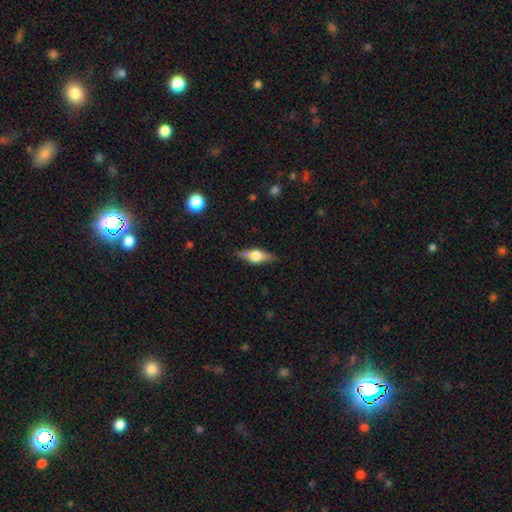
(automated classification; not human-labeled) Overall: featured or disk (61%; smooth 31%). Edge-on disk: yes (95%). Edge-on bulge: rounded (90%). Merging: none (81%).